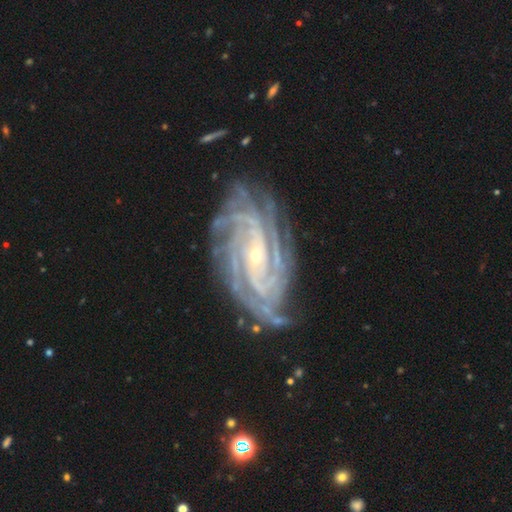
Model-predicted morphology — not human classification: Smooth or featured? Predicted: featured or disk (p=0.92). Edge-on disk? Predicted: no (p=0.97). Bar? Predicted: no (p=0.44). Spiral arms? Predicted: yes (p=0.99). Spiral winding? Predicted: tight (p=0.78). Spiral arm count? Predicted: 4 (p=0.29). Bulge size? Predicted: small (p=0.80). Merging? Predicted: none (p=0.79).